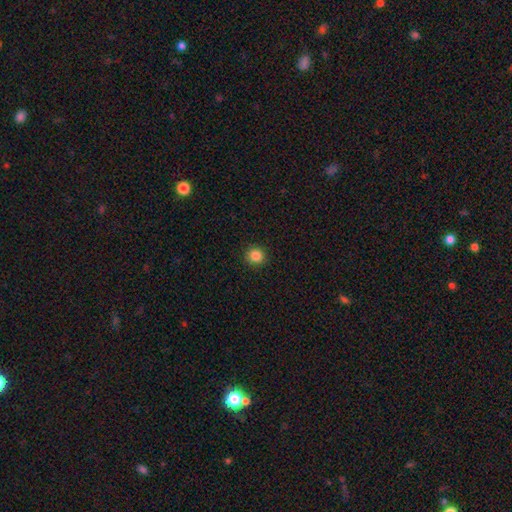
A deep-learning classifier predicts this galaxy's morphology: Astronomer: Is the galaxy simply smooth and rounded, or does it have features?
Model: smooth — 85%.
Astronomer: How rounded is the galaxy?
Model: round — 93%.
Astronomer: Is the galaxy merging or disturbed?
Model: none — 92%.